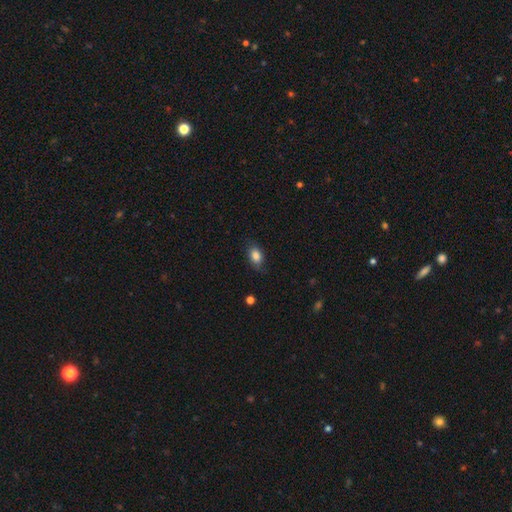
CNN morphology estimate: Smooth or featured?
  - smooth: 85% *
  - star or artifact: 9%
  - featured or disk: 7%
How rounded?
  - in between: 81% *
  - round: 17%
  - cigar-shaped: 2%
Merging?
  - none: 79% *
  - minor disturbance: 16%
  - major disturbance: 4%
  - merger: 1%